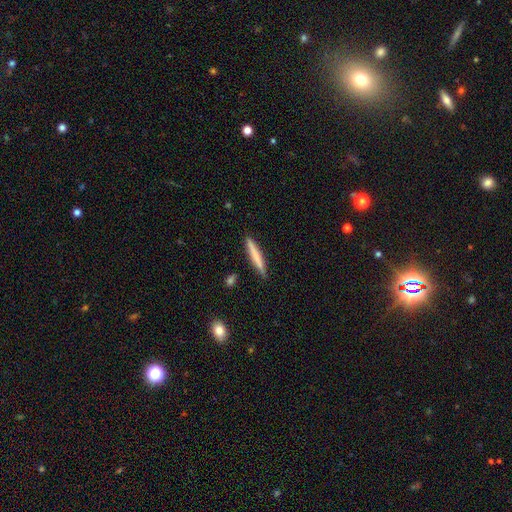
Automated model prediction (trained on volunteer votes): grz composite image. It shows a smooth galaxy with no disk features (71%) that is cigar-shaped (95%). Merging: none (89%).